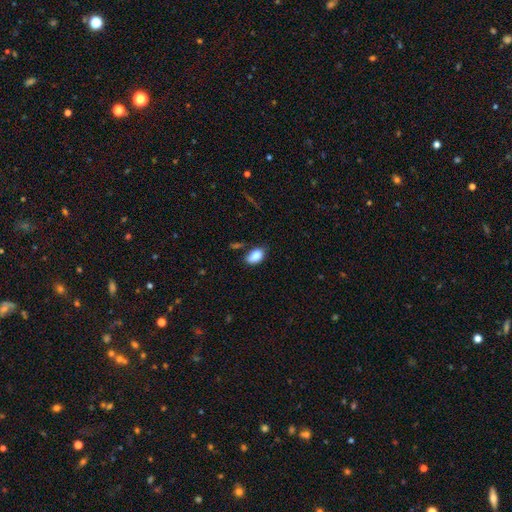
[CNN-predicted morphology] smooth_or_featured: smooth (p=0.86) [alt: star or artifact p=0.08]
how_rounded: in between (p=0.90) [alt: round p=0.09]
merging: none (p=0.62) [alt: minor disturbance p=0.26]